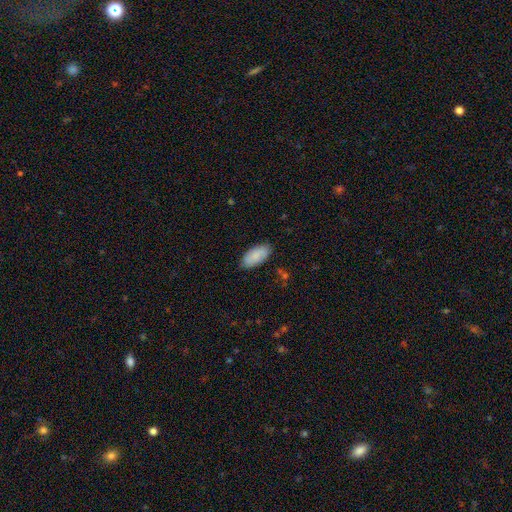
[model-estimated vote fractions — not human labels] smooth 84%, featured or disk 10%, star or artifact 6%. Down the decision tree: how rounded — in between (94%); merging — none (83%).